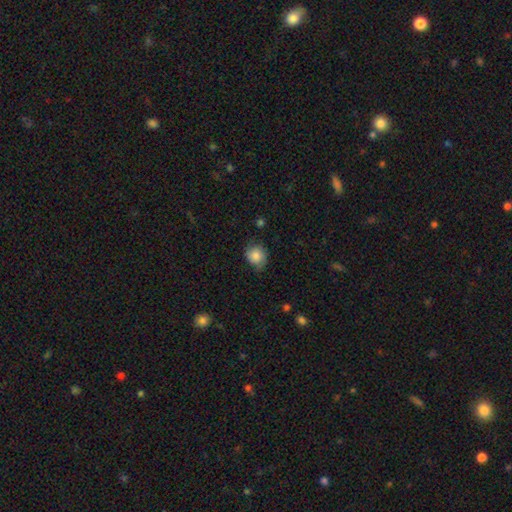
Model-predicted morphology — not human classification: smooth_or_featured: smooth (p=0.79) [alt: featured or disk p=0.13]
how_rounded: round (p=0.69) [alt: in between p=0.30]
merging: none (p=0.63) [alt: minor disturbance p=0.29]